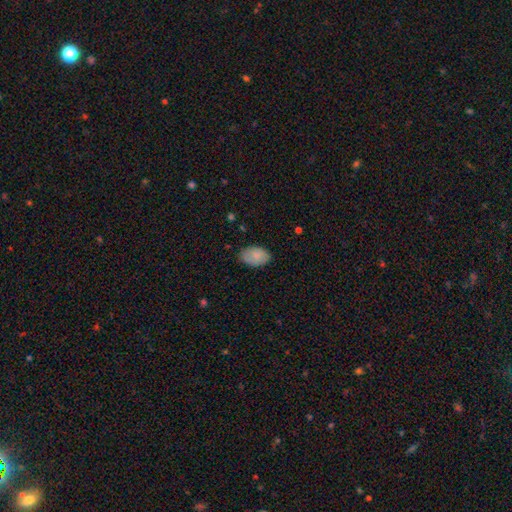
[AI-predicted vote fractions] Overall: smooth (84%). How rounded: in between (91%). Merging: none (80%).